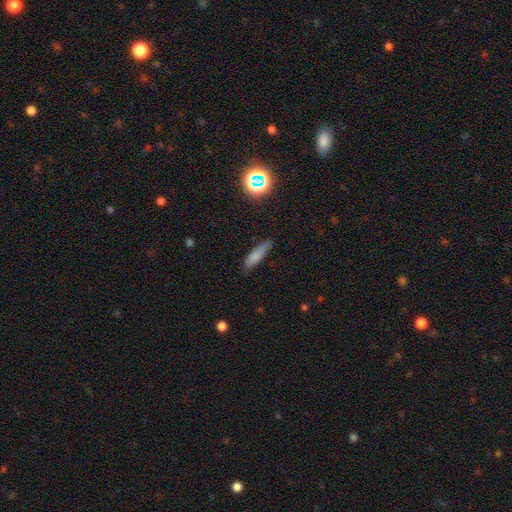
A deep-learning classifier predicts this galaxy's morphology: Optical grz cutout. It shows a smooth galaxy with no disk features (75%) that is cigar-shaped (71%). Merging: none (75%).